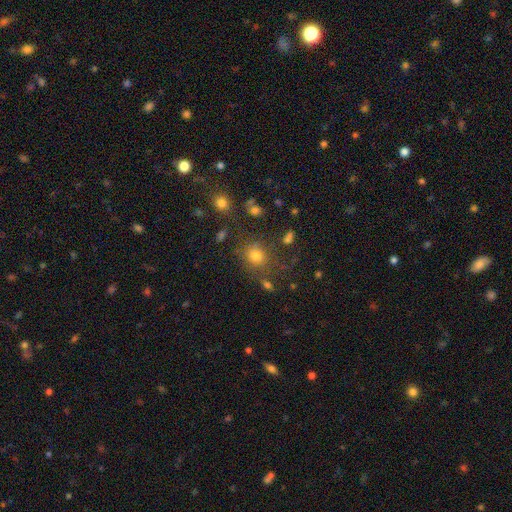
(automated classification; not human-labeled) The model was most divided on "how rounded": round: 73%, in between: 26%, cigar-shaped: 1%. More confident: smooth or featured — smooth (74%); merging — none (69%).